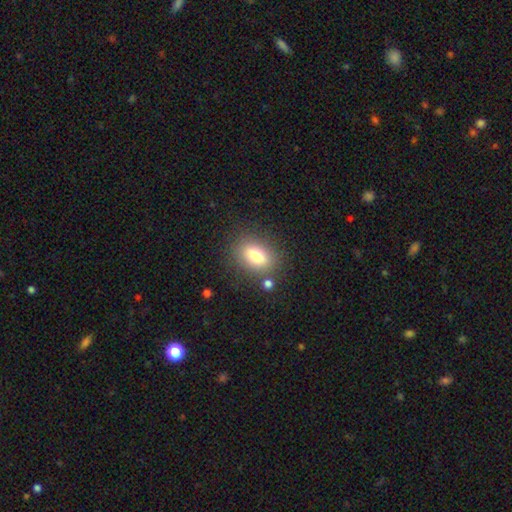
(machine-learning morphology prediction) Smooth or featured? Predicted: smooth (p=0.79). How rounded? Predicted: in between (p=0.83). Merging? Predicted: none (p=0.79).